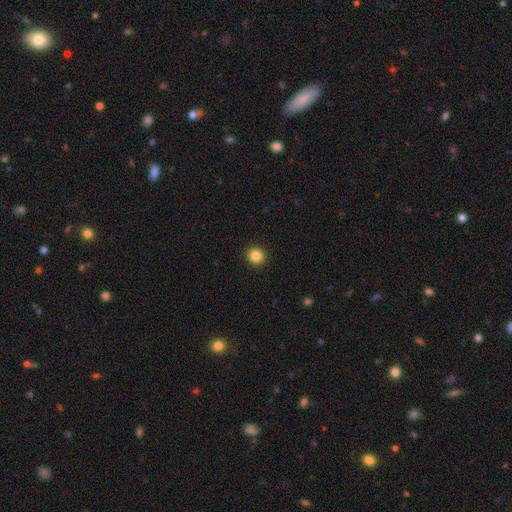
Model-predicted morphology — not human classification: type=smooth (85%); roundness=round (93%); merging=none (93%).